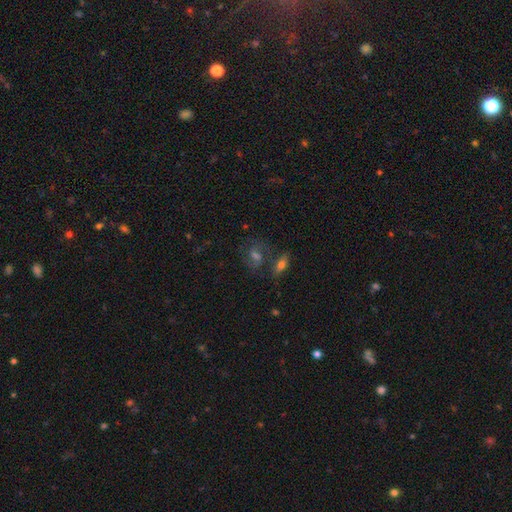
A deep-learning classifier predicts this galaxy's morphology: Smooth or featured? featured or disk (43%)
Merging? none (56%)